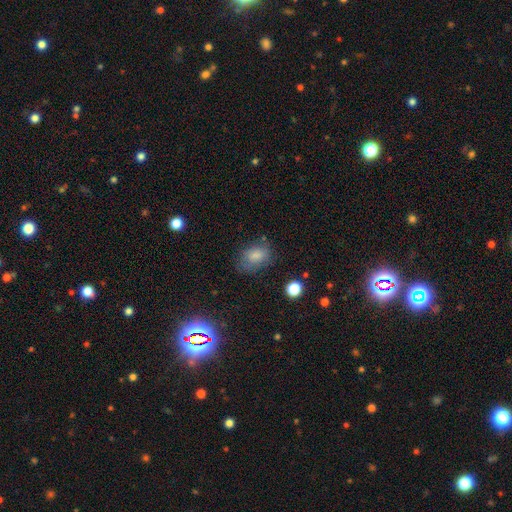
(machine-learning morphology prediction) Smooth or featured: smooth — 80% (star or artifact — 10%)
How rounded: in between — 82% (round — 16%)
Merging: none — 66% (minor disturbance — 22%)